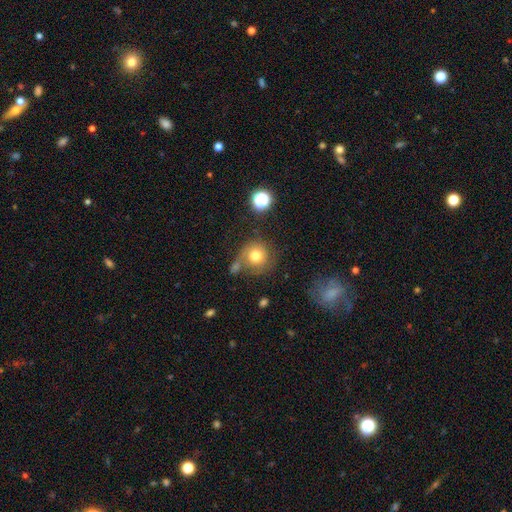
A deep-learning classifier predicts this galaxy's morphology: Q: Smooth or featured?
A: smooth (75%); runner-up: featured or disk (13%)
Q: How rounded?
A: round (91%); runner-up: in between (8%)
Q: Merging?
A: none (60%); runner-up: minor disturbance (16%)